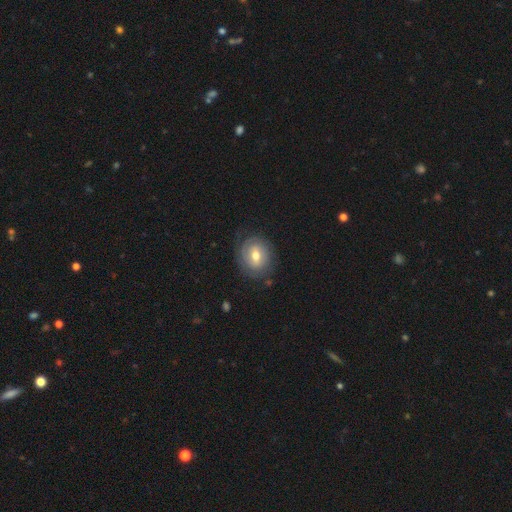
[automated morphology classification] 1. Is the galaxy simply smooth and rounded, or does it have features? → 51% featured or disk, 41% smooth, 7% star or artifact.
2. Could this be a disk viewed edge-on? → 95% no, 5% yes.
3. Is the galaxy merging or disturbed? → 74% none, 17% minor disturbance, 8% major disturbance, 1% merger.